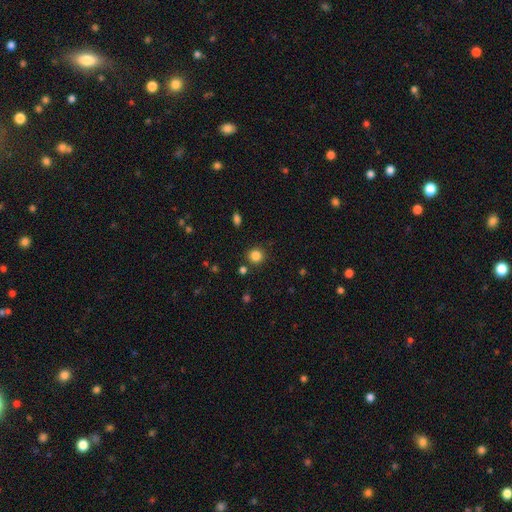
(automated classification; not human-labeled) Overall: smooth (84%). How rounded: round (91%). Merging: none (85%).